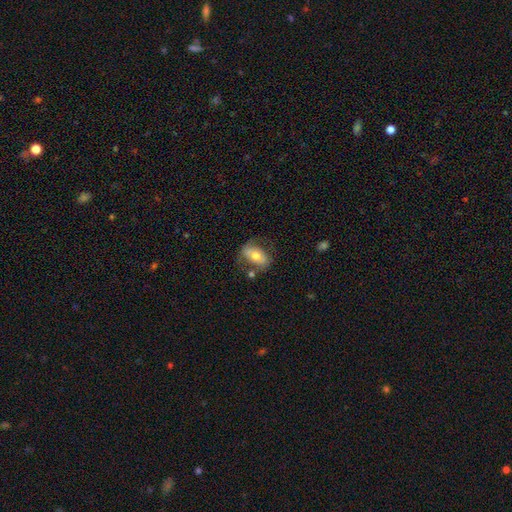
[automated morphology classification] A smooth galaxy with no disk features (52%) that is in between round and cigar-shaped (88%). Merging: none (56%).